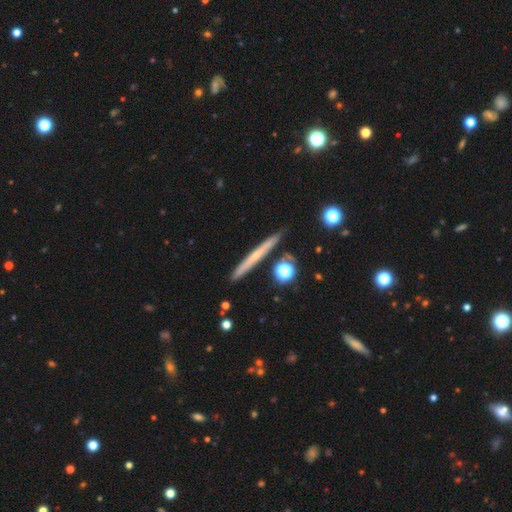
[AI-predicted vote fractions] This is possibly a featured or disk galaxy (52%). It is clearly viewed edge-on (96%). Merging: clearly none (88%).